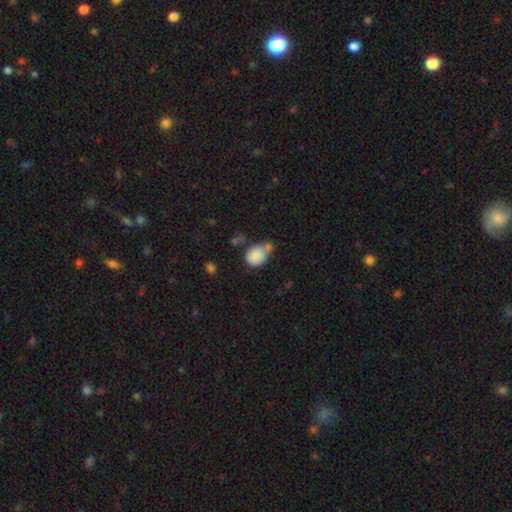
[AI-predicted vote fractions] Overall: smooth (82%). How rounded: in between (50%; round 49%). Merging: none (36%; merger 28%).